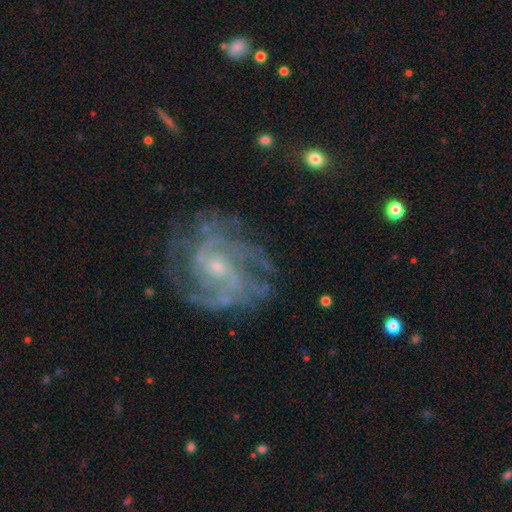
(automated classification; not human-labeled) This appears to be a featured or disk galaxy (87%) with no bar (58%), tight (53%) spiral arms (96%) and a small central bulge (68%). Merging: none (73%).